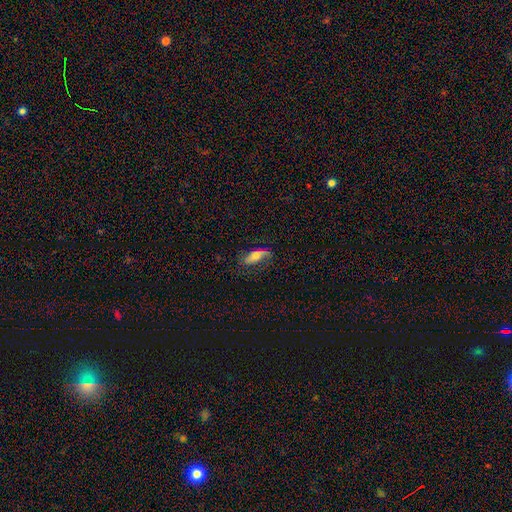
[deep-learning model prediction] Smooth or featured?
  - smooth: 48% *
  - featured or disk: 44%
  - star or artifact: 7%
Merging?
  - none: 60% *
  - minor disturbance: 25%
  - major disturbance: 13%
  - merger: 2%